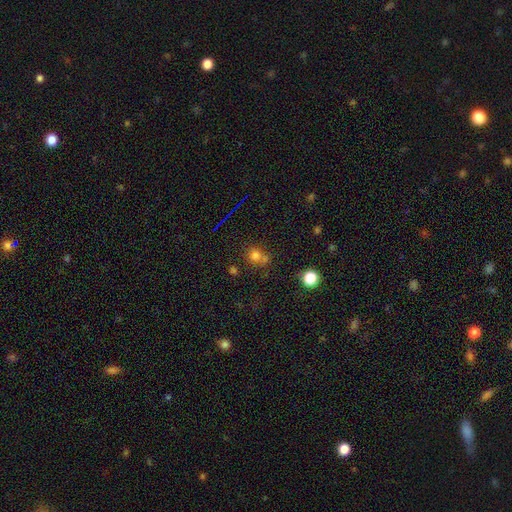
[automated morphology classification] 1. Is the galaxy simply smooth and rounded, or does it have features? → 71% smooth, 20% star or artifact, 9% featured or disk.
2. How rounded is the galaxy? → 82% round, 17% in between, 1% cigar-shaped.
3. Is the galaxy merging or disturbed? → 54% none, 30% merger, 11% minor disturbance, 5% major disturbance.